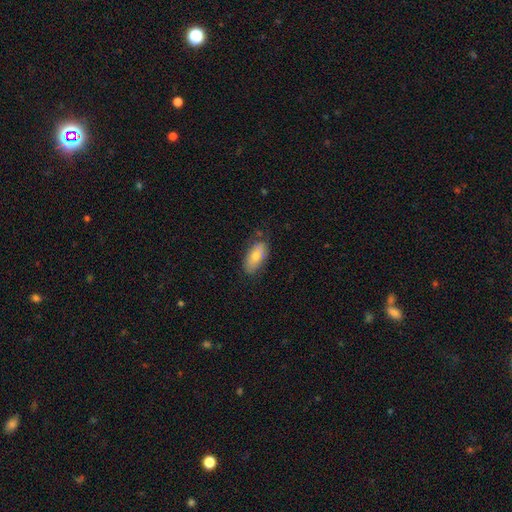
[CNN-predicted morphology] A smooth galaxy with no disk features (71%) that is in between round and cigar-shaped (88%). Merging: none (75%).